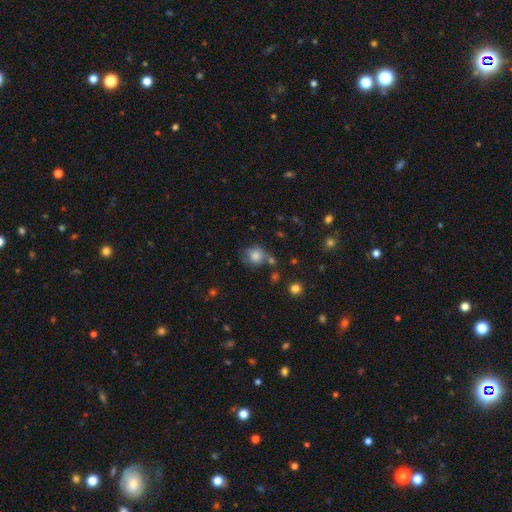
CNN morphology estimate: smooth_or_featured: smooth (p=0.79) [alt: star or artifact p=0.11]
how_rounded: round (p=0.76) [alt: in between p=0.23]
merging: none (p=0.56) [alt: minor disturbance p=0.23]